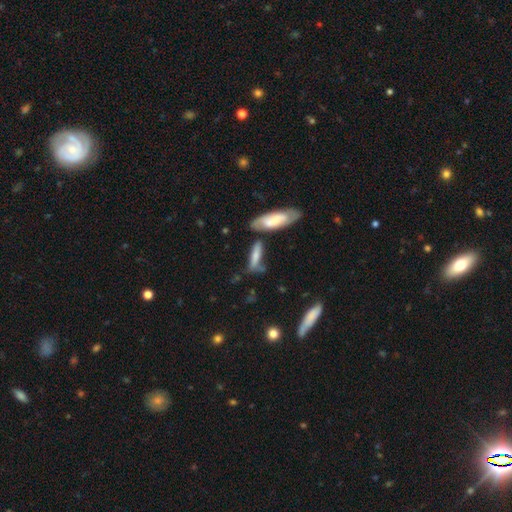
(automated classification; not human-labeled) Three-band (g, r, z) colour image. It shows a smooth galaxy with no disk features (61%) that is cigar-shaped (65%). Merging: none (51%).